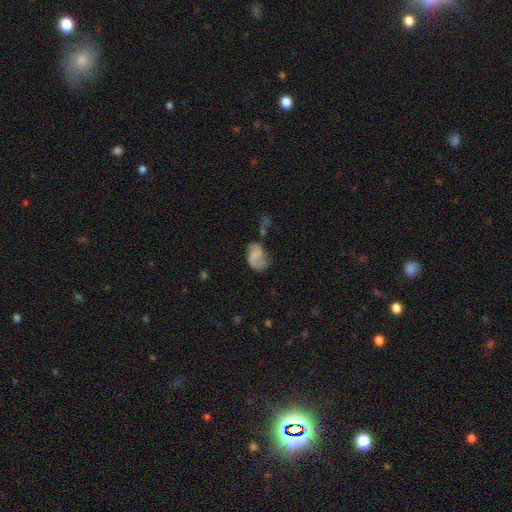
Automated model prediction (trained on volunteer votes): Q: Smooth or featured?
A: smooth (57%); runner-up: featured or disk (33%)
Q: How rounded?
A: in between (81%); runner-up: round (18%)
Q: Merging?
A: none (42%); runner-up: minor disturbance (29%)